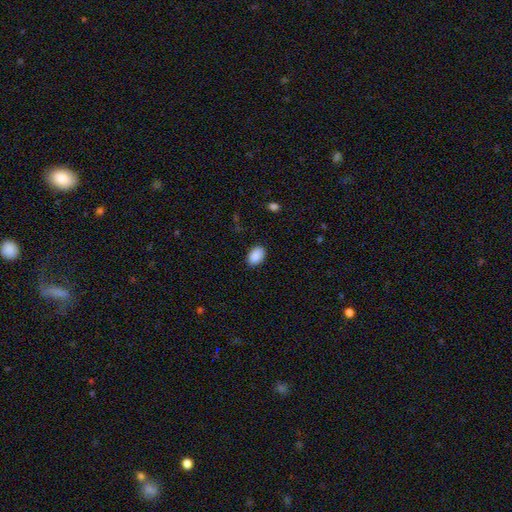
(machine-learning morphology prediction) type=smooth (89%); roundness=in between (86%); merging=none (87%).